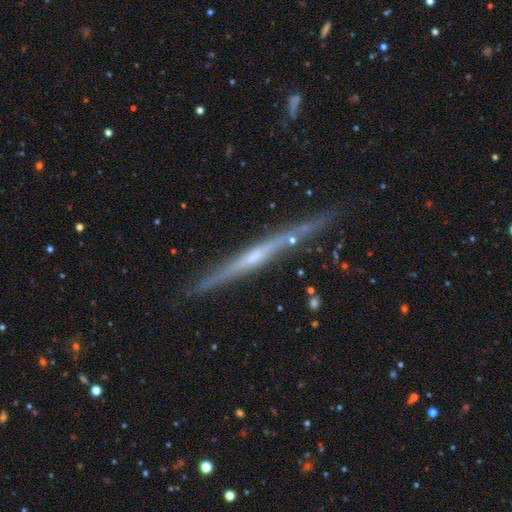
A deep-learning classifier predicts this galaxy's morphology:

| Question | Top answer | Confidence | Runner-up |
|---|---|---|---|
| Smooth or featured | featured or disk | 77% | smooth (16%) |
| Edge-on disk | yes | 97% | no (3%) |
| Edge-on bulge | none | 52% | rounded (42%) |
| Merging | none | 84% | minor disturbance (12%) |